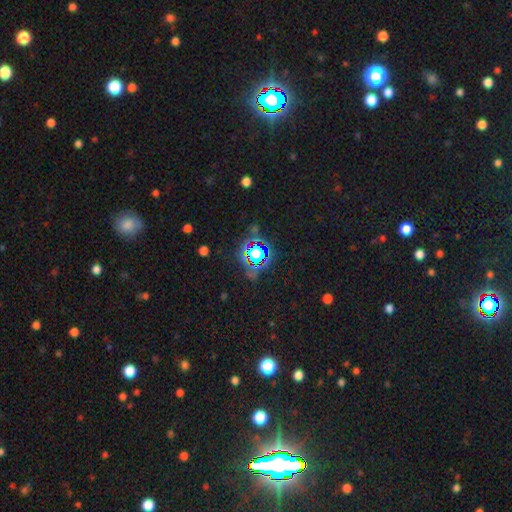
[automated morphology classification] smooth-or-featured: star or artifact: 81% | smooth: 12% | featured or disk: 7%